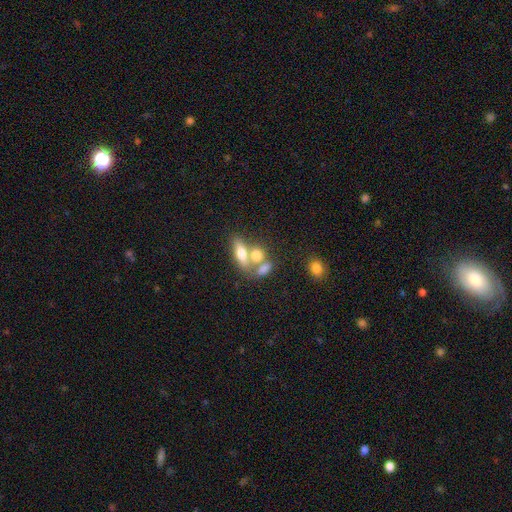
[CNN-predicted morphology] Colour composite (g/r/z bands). It shows a smooth galaxy with no disk features (63%) that is in between round and cigar-shaped (68%). Merging: merger (54%).